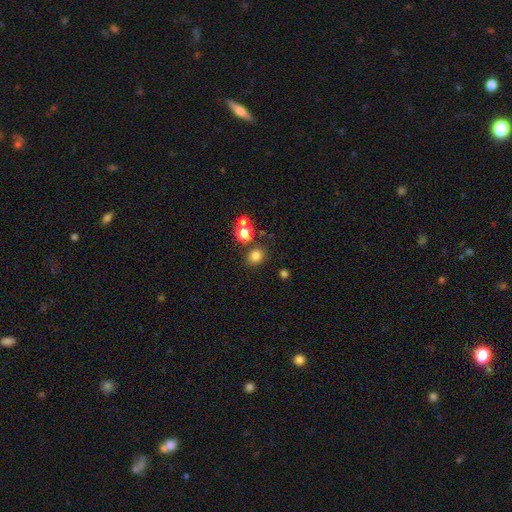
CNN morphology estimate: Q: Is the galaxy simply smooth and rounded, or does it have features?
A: smooth — 79%.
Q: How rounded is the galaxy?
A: round — 79%.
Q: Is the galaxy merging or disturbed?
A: none — 80%.